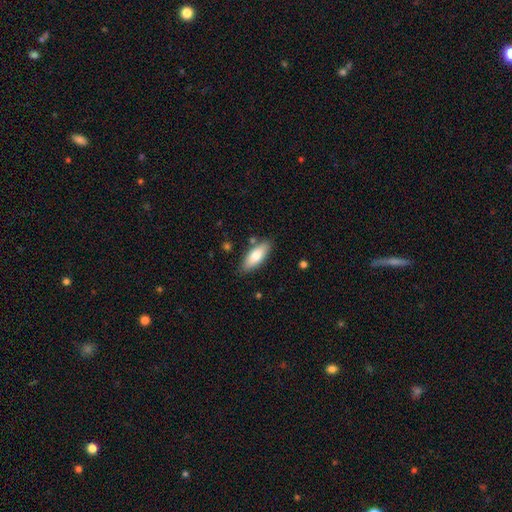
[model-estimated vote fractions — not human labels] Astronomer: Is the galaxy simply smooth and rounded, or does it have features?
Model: smooth — 75%.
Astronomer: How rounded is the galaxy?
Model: in between — 68%.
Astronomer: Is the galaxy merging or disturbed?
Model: none — 83%.